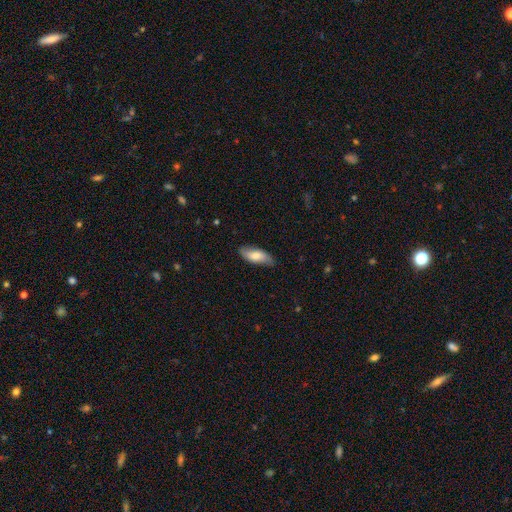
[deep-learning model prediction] Smooth or featured? smooth (69%)
How rounded? in between (78%)
Merging? none (81%)